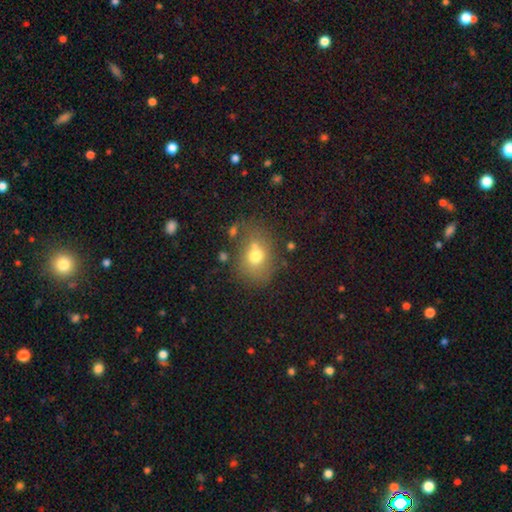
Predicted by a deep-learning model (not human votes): This appears to be a smooth galaxy with no disk features (69%) that is round (51%). Merging: none (58%).